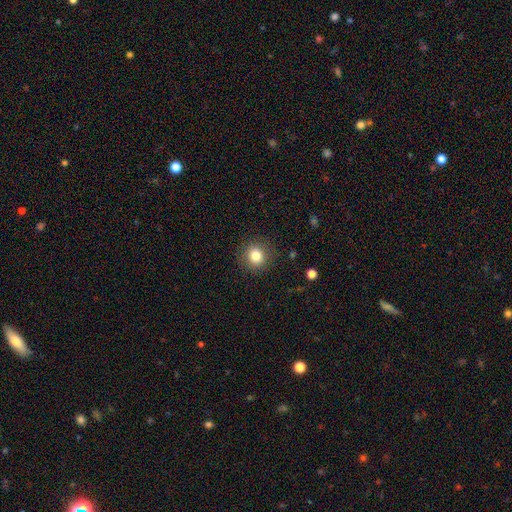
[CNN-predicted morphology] Smooth or featured? smooth (82%)
How rounded? round (90%)
Merging? none (89%)